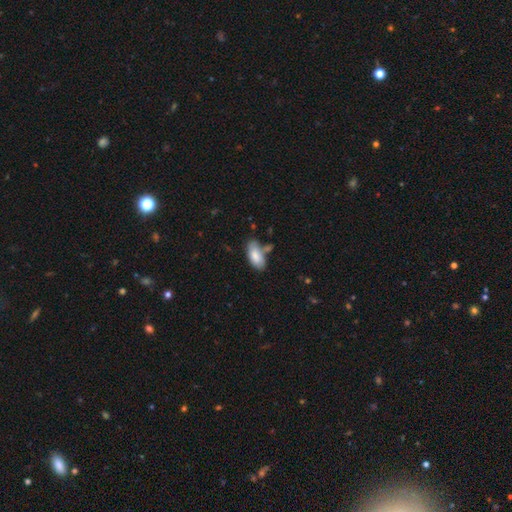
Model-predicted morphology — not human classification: smooth_or_featured: smooth (p=0.81) [alt: featured or disk p=0.13]
how_rounded: in between (p=0.90) [alt: cigar-shaped p=0.08]
merging: none (p=0.57) [alt: minor disturbance p=0.23]